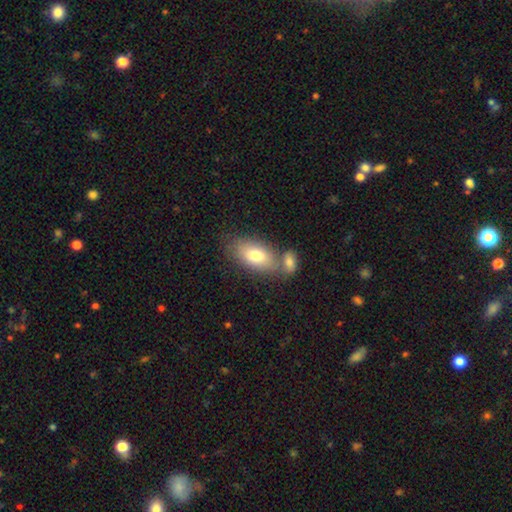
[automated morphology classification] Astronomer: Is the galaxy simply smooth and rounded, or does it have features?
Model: smooth — 76%.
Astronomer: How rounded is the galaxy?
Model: in between — 91%.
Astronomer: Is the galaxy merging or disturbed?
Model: none — 52% (runner-up: merger, 31%).